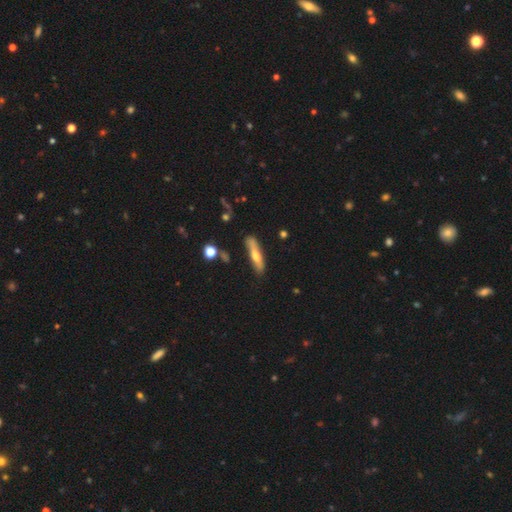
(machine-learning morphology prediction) smooth_or_featured: smooth (p=0.55) [alt: featured or disk p=0.39]
how_rounded: cigar-shaped (p=0.82) [alt: in between p=0.16]
merging: none (p=0.74) [alt: minor disturbance p=0.18]